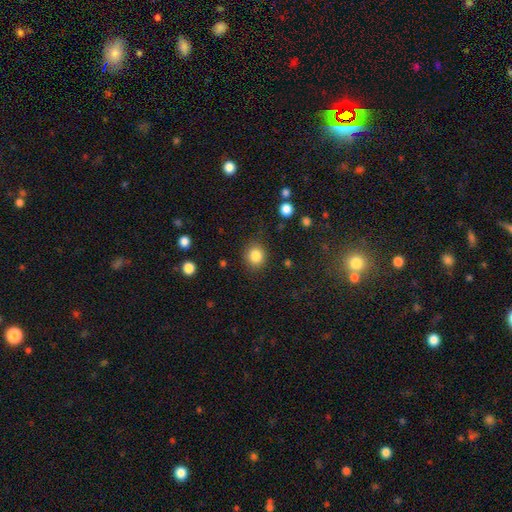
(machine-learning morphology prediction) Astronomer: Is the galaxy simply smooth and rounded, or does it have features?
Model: smooth — 85%.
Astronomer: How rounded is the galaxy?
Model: round — 84%.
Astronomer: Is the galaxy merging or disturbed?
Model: none — 85%.